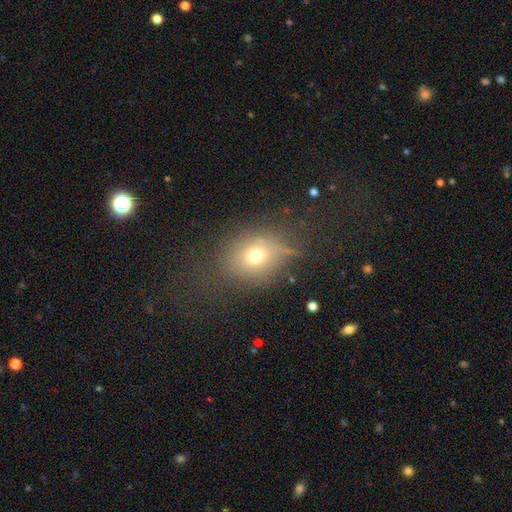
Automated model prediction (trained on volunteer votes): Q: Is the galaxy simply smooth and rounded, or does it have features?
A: smooth — 67%.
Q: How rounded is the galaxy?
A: round — 52%.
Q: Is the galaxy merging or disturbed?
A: none — 65%.